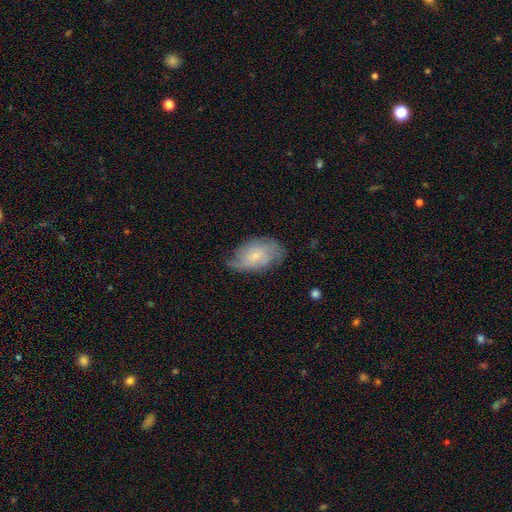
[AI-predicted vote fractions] Smooth or featured: featured or disk — 50% (smooth — 42%)
Edge-on disk: no — 95% (yes — 5%)
Merging: none — 59% (minor disturbance — 30%)